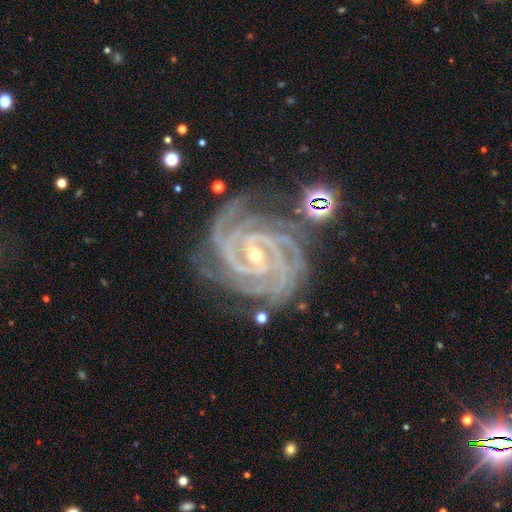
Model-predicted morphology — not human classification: Smooth or featured? featured or disk (93%)
Edge-on disk? no (98%)
Bar? weak (41%)
Spiral arms? yes (99%)
Spiral winding? tight (77%)
Spiral arm count? 4 (34%)
Bulge size? small (62%)
Merging? none (71%)